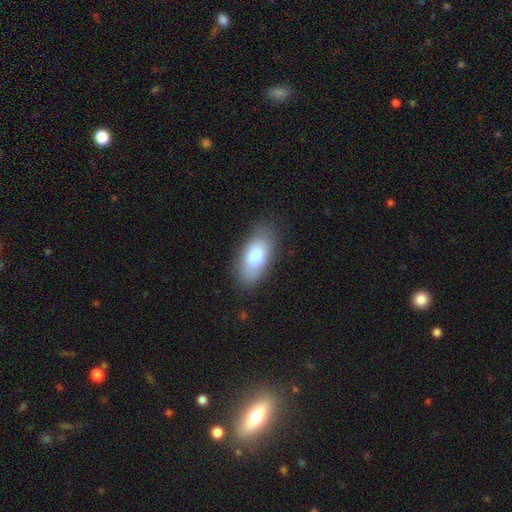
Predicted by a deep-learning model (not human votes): This is likely a smooth galaxy (77%). How rounded: clearly in between (91%). Merging: clearly none (81%).